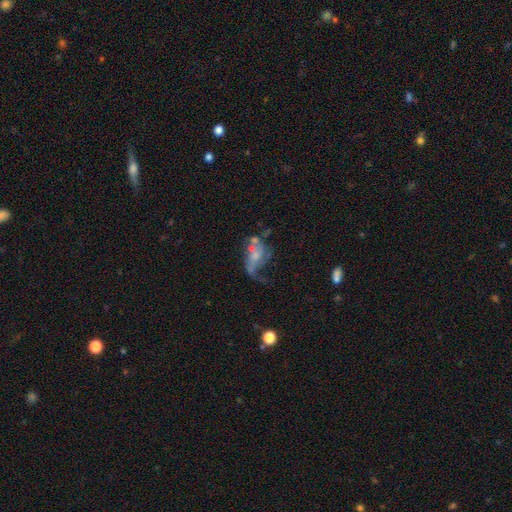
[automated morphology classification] Smooth or featured? Predicted: featured or disk (p=0.62). Edge-on disk? Predicted: no (p=0.96). Bar? Predicted: no (p=0.75). Spiral arms? Predicted: no (p=0.51). Bulge size? Predicted: none (p=0.38). Merging? Predicted: major disturbance (p=0.42).